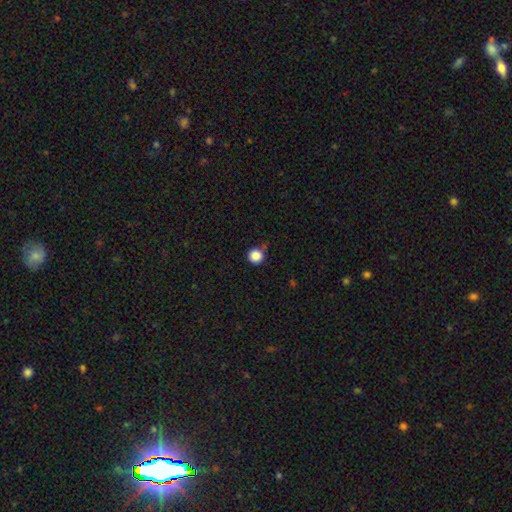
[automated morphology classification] The model was most divided on "merging": none: 80%, minor disturbance: 13%, merger: 4%, major disturbance: 3%. More confident: how rounded — round (95%); smooth or featured — smooth (87%).